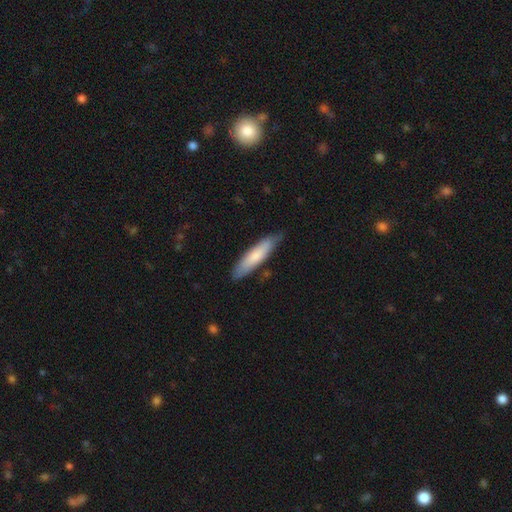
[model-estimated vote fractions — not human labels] Smooth or featured: smooth — 74% (featured or disk — 21%)
How rounded: cigar-shaped — 78% (in between — 21%)
Merging: none — 80% (minor disturbance — 16%)